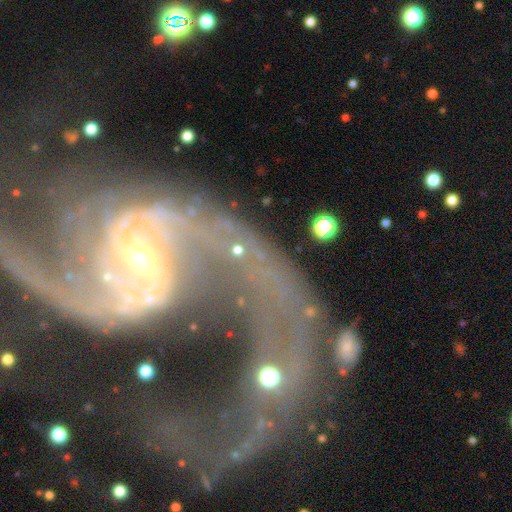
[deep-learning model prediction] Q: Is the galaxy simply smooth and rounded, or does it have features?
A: featured or disk — 90%.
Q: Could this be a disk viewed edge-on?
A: no — 98%.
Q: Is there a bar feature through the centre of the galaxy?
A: weak — 41%.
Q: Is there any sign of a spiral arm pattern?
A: yes — 95%.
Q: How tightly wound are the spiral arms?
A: loose — 62%.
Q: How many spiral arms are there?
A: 2 — 82%.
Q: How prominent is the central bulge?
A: small — 65%.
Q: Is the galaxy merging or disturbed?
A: major disturbance — 38%.